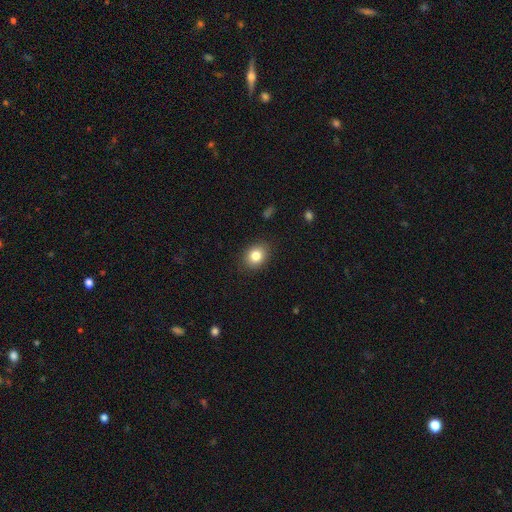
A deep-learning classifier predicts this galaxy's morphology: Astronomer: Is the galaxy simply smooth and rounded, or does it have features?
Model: smooth — 83%.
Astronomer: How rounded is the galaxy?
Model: in between — 50% (runner-up: round, 49%).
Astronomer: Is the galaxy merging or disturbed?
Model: none — 87%.